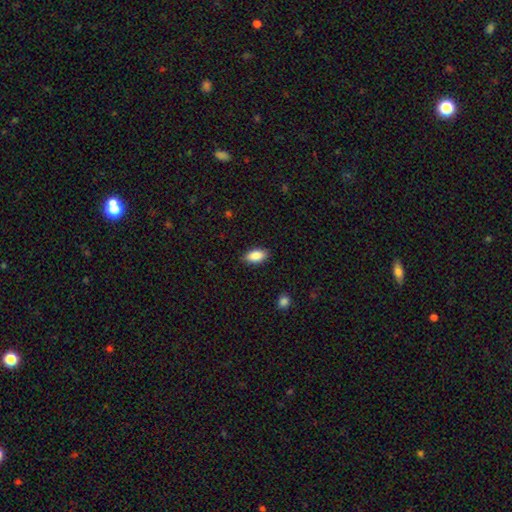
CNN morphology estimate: Smooth or featured?
  - smooth: 88% *
  - star or artifact: 7%
  - featured or disk: 5%
How rounded?
  - in between: 92% *
  - cigar-shaped: 4%
  - round: 4%
Merging?
  - none: 87% *
  - minor disturbance: 10%
  - major disturbance: 2%
  - merger: 1%